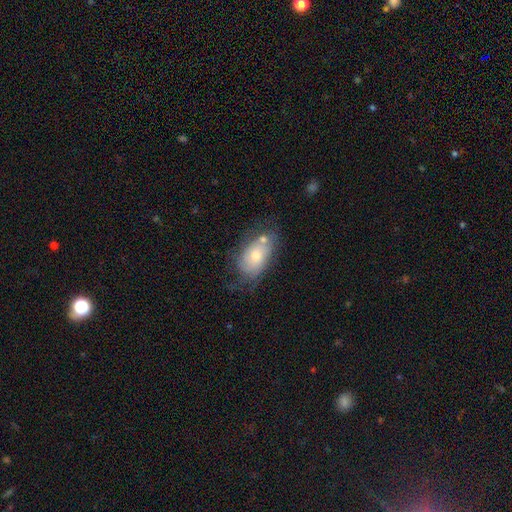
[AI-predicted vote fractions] Smooth or featured?
  - featured or disk: 48% *
  - smooth: 44%
  - star or artifact: 8%
Merging?
  - none: 45% *
  - minor disturbance: 27%
  - major disturbance: 15%
  - merger: 12%